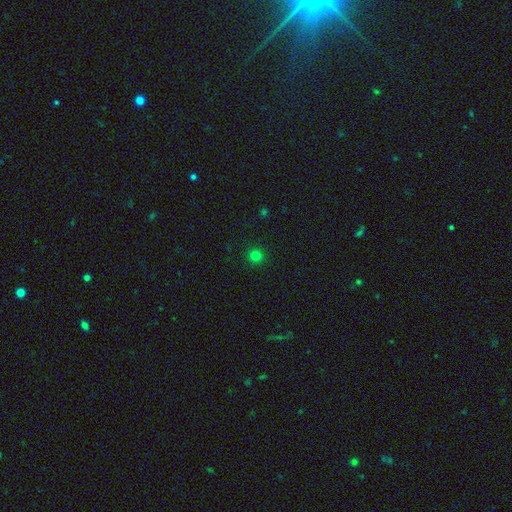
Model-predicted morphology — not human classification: smooth 80%, star or artifact 16%, featured or disk 4%. Down the decision tree: how rounded — round (94%); merging — none (92%).